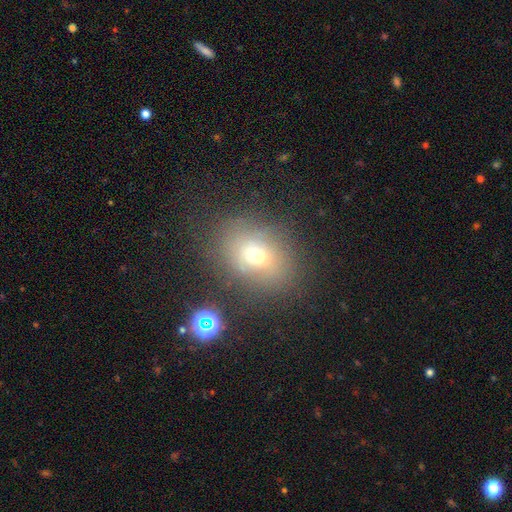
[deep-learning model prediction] smooth_or_featured: smooth (p=0.63) [alt: featured or disk p=0.20]
how_rounded: in between (p=0.56) [alt: round p=0.43]
merging: none (p=0.73) [alt: minor disturbance p=0.15]